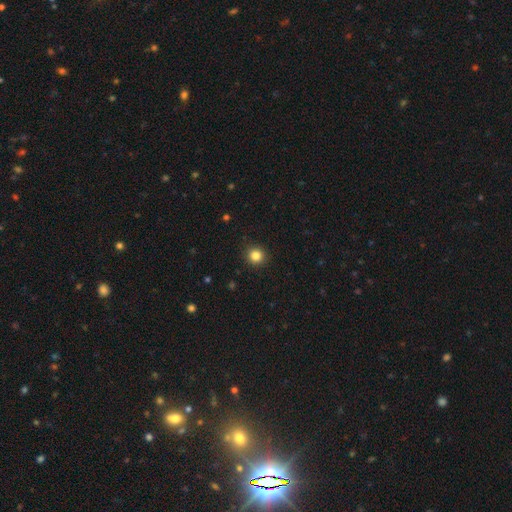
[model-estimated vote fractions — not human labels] smooth_or_featured: smooth (p=0.84) [alt: star or artifact p=0.12]
how_rounded: round (p=0.92) [alt: in between p=0.07]
merging: none (p=0.92) [alt: minor disturbance p=0.05]